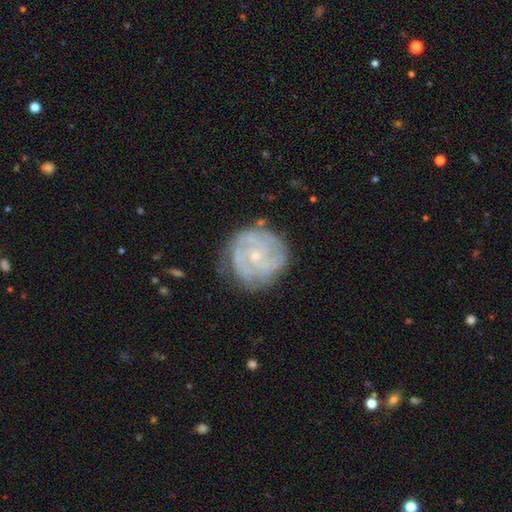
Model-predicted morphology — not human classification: Smooth or featured? featured or disk (76%)
Edge-on disk? no (98%)
Bar? no (75%)
Spiral arms? yes (87%)
Spiral winding? tight (66%)
Spiral arm count? can't tell (36%)
Bulge size? small (74%)
Merging? none (75%)